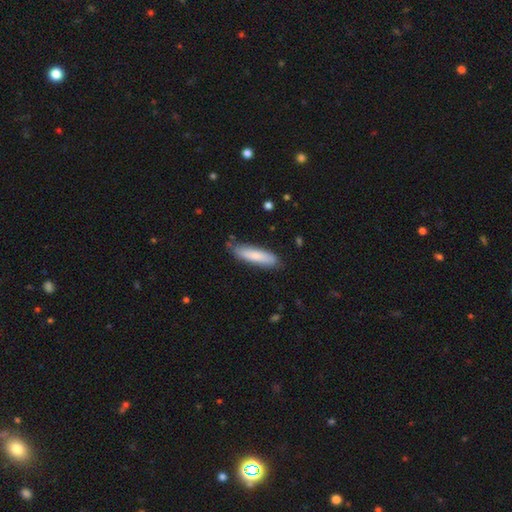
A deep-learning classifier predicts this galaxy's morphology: Smooth or featured? Predicted: smooth (p=0.79). How rounded? Predicted: cigar-shaped (p=0.72). Merging? Predicted: none (p=0.77).